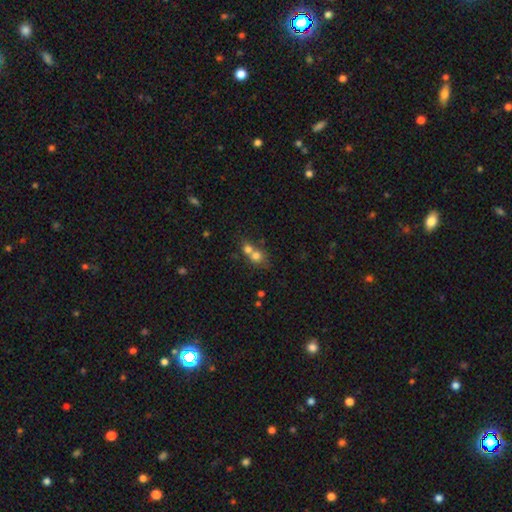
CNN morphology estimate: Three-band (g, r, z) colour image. It shows a smooth galaxy with no disk features (72%) that is round (75%). Merging: merger (64%).